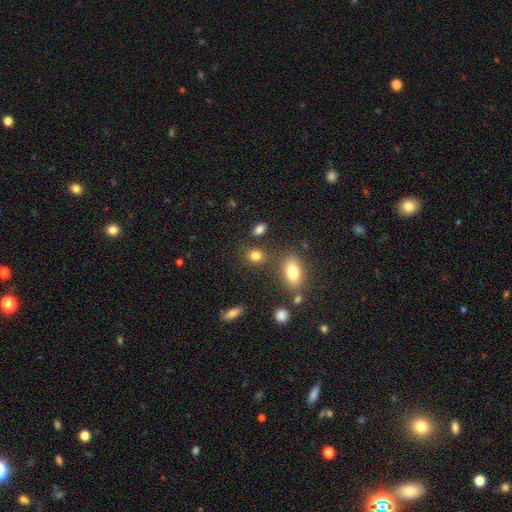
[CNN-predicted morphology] Smooth or featured: smooth — 81% (star or artifact — 12%)
How rounded: round — 50% (in between — 48%)
Merging: none — 73% (minor disturbance — 13%)